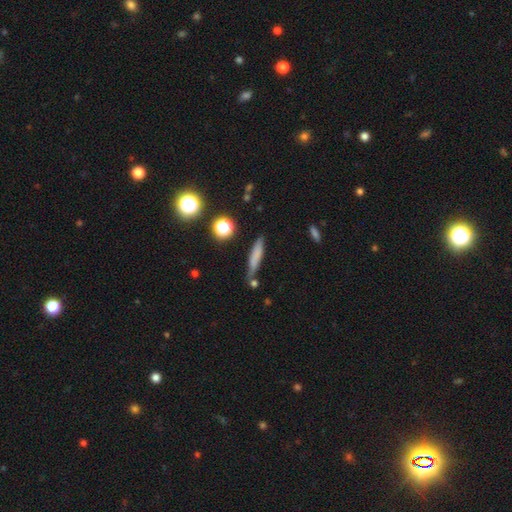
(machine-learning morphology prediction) A smooth galaxy with no disk features (69%) that is cigar-shaped (84%).

Vote fractions:
- Smooth or featured? smooth: 69% / featured or disk: 20% / star or artifact: 11%
- How rounded? cigar-shaped: 84% / in between: 13% / round: 3%
- Merging? none: 69% / minor disturbance: 18% / merger: 7% / major disturbance: 5%